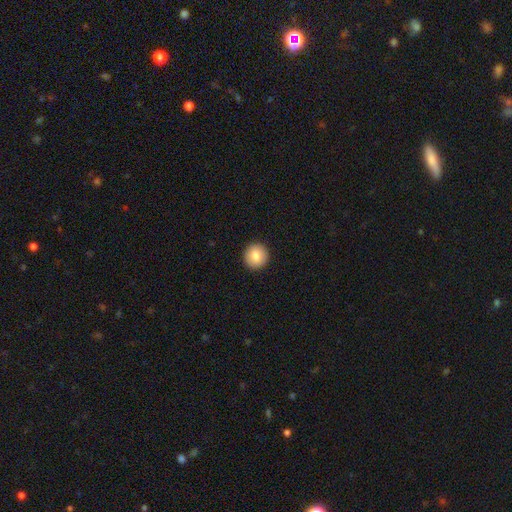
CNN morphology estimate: Smooth or featured? Predicted: smooth (p=0.83). How rounded? Predicted: round (p=0.93). Merging? Predicted: none (p=0.93).